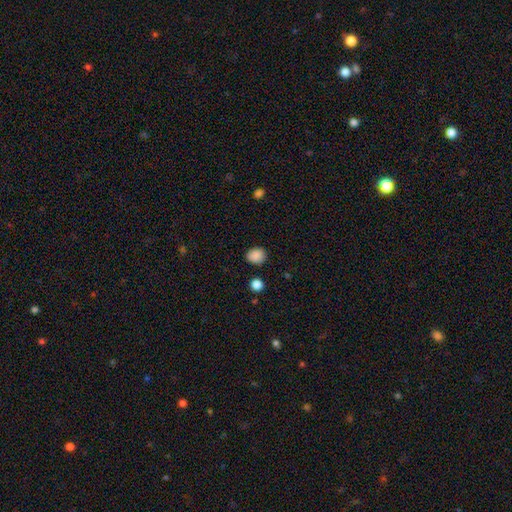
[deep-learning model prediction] Morphology: type=smooth (87%); roundness=round (71%); merging=none (82%).